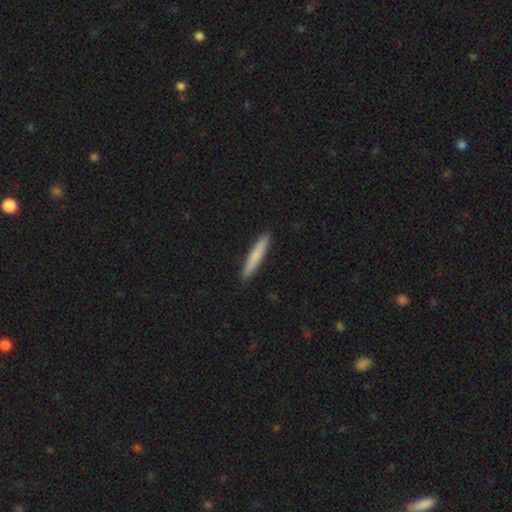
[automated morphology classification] This is likely a smooth galaxy (76%). How rounded: clearly cigar-shaped (95%). Merging: clearly none (92%).